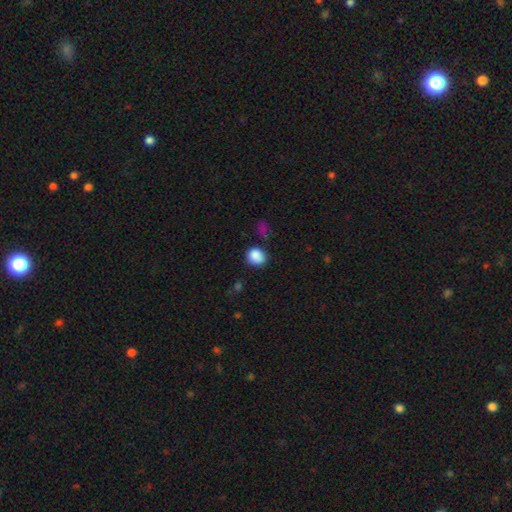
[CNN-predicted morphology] Smooth or featured?
  - smooth: 87% *
  - star or artifact: 9%
  - featured or disk: 4%
How rounded?
  - round: 70% *
  - in between: 29%
  - cigar-shaped: 1%
Merging?
  - none: 72% *
  - minor disturbance: 19%
  - major disturbance: 5%
  - merger: 4%